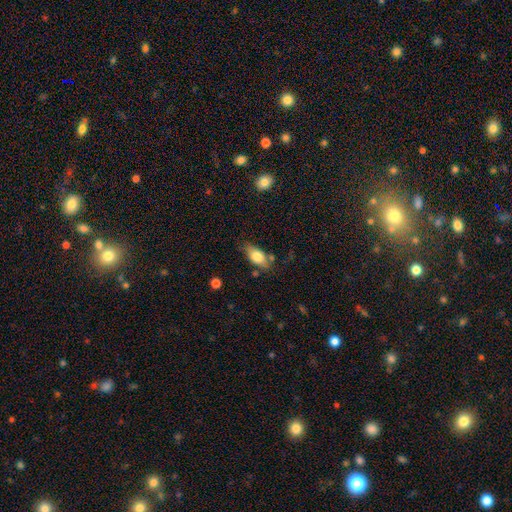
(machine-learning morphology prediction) Smooth or featured? smooth (77%)
How rounded? in between (86%)
Merging? none (67%)